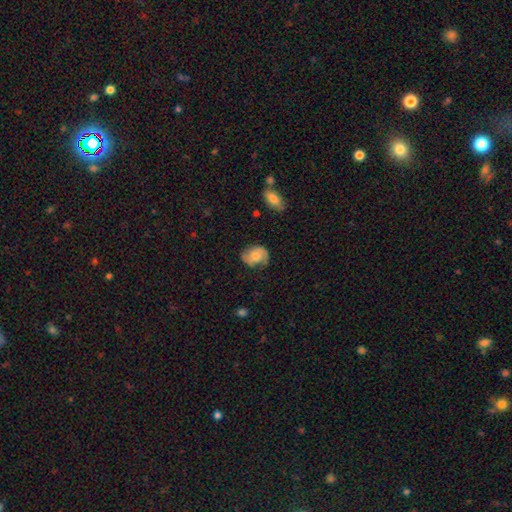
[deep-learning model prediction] Q: Smooth or featured?
A: featured or disk (55%); runner-up: smooth (37%)
Q: Edge-on disk?
A: no (97%); runner-up: yes (3%)
Q: Bar?
A: no (69%); runner-up: weak (26%)
Q: Spiral arms?
A: yes (90%); runner-up: no (10%)
Q: Bulge size?
A: moderate (44%); runner-up: small (36%)
Q: Merging?
A: none (69%); runner-up: minor disturbance (22%)